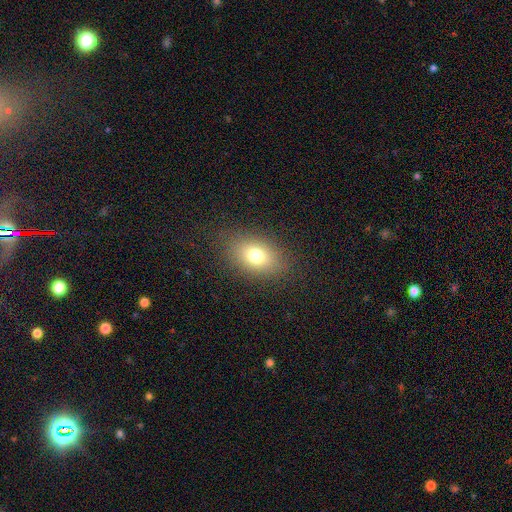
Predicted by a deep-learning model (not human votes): smooth-or-featured: smooth: 74% | star or artifact: 13% | featured or disk: 13%
  how-rounded: in between: 76% | round: 22% | cigar-shaped: 2%
  merging: none: 84% | minor disturbance: 10% | major disturbance: 5% | merger: 1%